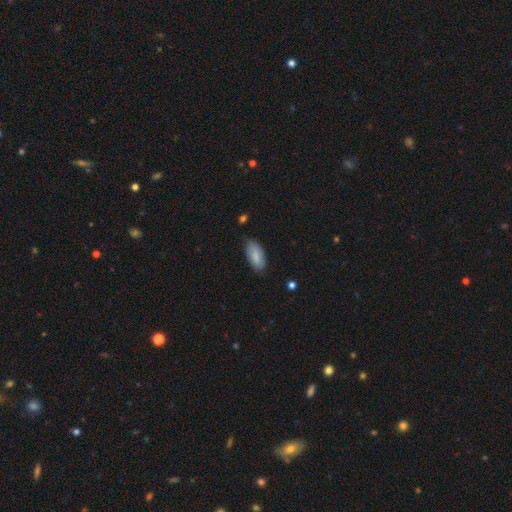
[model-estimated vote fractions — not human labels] The model was most divided on "merging": none: 80%, minor disturbance: 16%, major disturbance: 3%, merger: 1%. More confident: how rounded — in between (89%); smooth or featured — smooth (82%).